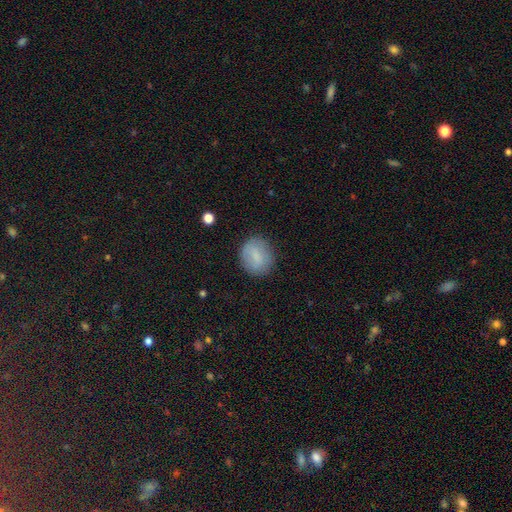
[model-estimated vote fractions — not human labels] Smooth or featured?
  - smooth: 76% *
  - featured or disk: 16%
  - star or artifact: 8%
How rounded?
  - round: 73% *
  - in between: 26%
  - cigar-shaped: 1%
Merging?
  - none: 82% *
  - minor disturbance: 13%
  - major disturbance: 4%
  - merger: 1%